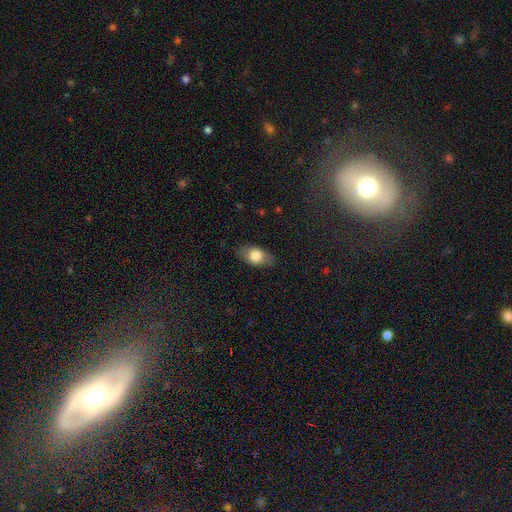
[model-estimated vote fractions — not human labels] Smooth or featured?
  - smooth: 75% *
  - featured or disk: 18%
  - star or artifact: 7%
How rounded?
  - in between: 88% *
  - round: 8%
  - cigar-shaped: 4%
Merging?
  - none: 82% *
  - minor disturbance: 14%
  - major disturbance: 4%
  - merger: 1%